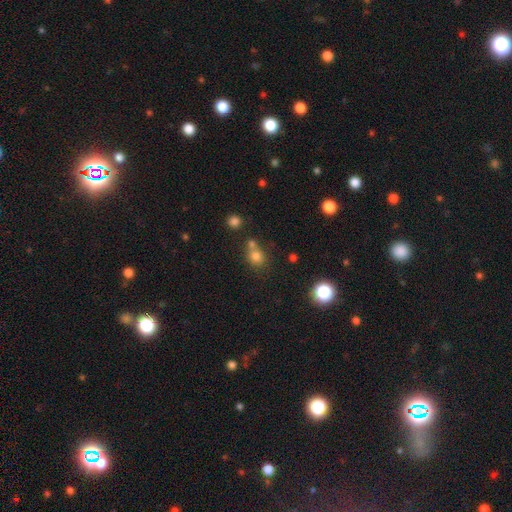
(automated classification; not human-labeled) This appears to be a smooth galaxy with no disk features (74%) that is round (78%). Merging: none (51%).